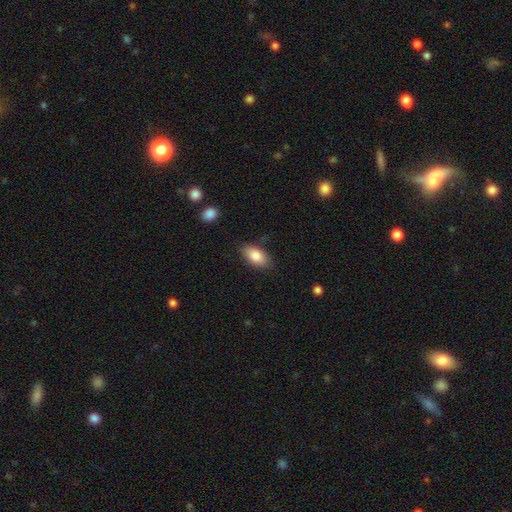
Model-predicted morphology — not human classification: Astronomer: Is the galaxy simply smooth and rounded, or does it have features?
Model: smooth — 84%.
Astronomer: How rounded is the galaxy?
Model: in between — 92%.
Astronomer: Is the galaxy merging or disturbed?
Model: none — 84%.